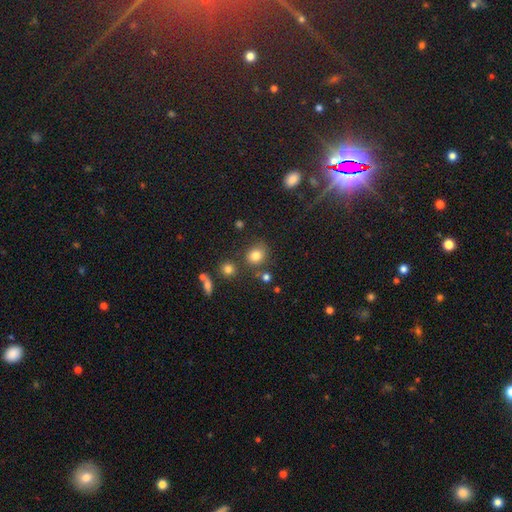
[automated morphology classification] Smooth or featured: smooth — 79% (star or artifact — 14%)
How rounded: round — 75% (in between — 24%)
Merging: none — 73% (minor disturbance — 14%)